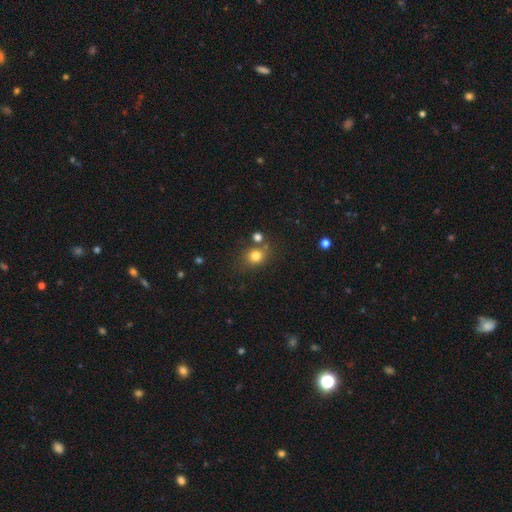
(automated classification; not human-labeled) A smooth galaxy with no disk features (78%) that is round (78%). Merging: none (70%).